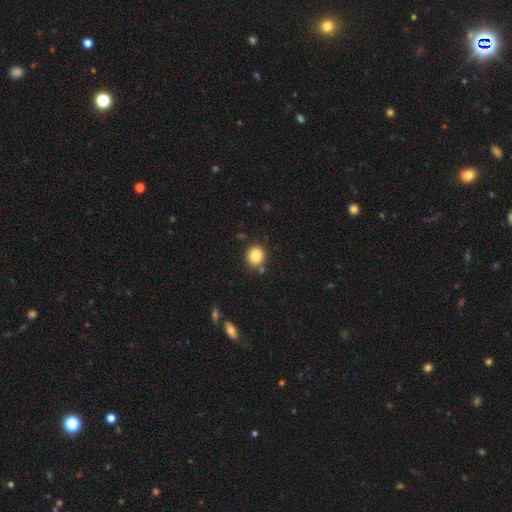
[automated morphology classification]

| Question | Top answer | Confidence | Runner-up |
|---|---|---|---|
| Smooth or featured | smooth | 82% | star or artifact (10%) |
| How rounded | round | 82% | in between (17%) |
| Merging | none | 83% | minor disturbance (9%) |